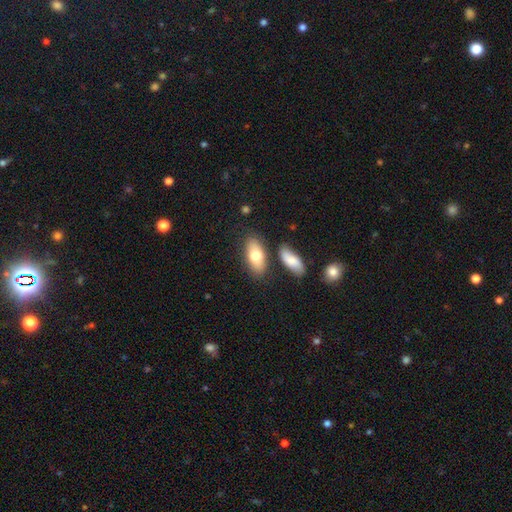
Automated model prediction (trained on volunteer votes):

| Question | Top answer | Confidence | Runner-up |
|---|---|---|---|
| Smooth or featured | smooth | 74% | featured or disk (19%) |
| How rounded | in between | 87% | cigar-shaped (9%) |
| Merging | none | 77% | minor disturbance (11%) |